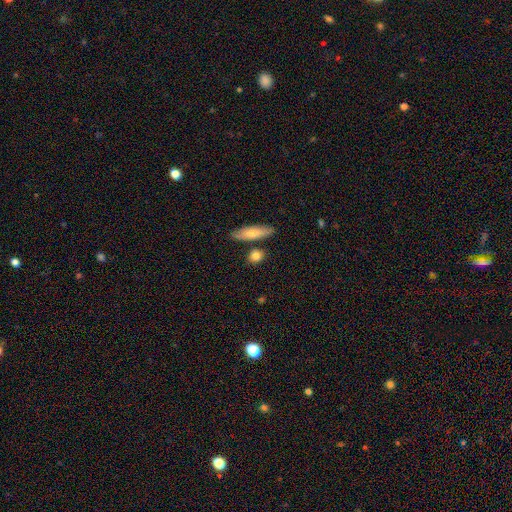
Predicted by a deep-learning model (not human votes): The model was most divided on "how rounded": round: 50%, in between: 29%, cigar-shaped: 21%. More confident: smooth or featured — smooth (80%); merging — none (77%).